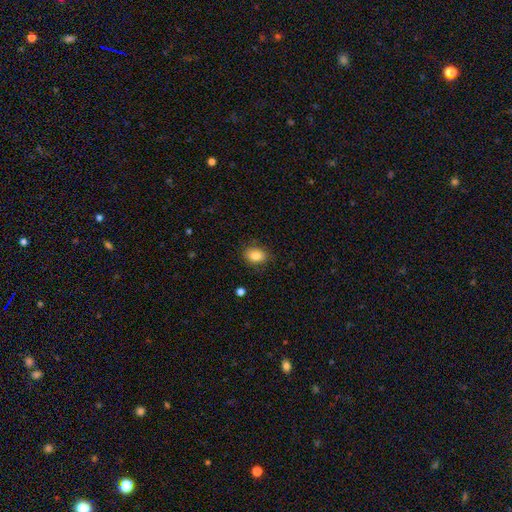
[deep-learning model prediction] Smooth or featured?
  - smooth: 85% *
  - star or artifact: 9%
  - featured or disk: 6%
How rounded?
  - in between: 63% *
  - round: 36%
  - cigar-shaped: 1%
Merging?
  - none: 84% *
  - minor disturbance: 12%
  - major disturbance: 3%
  - merger: 1%